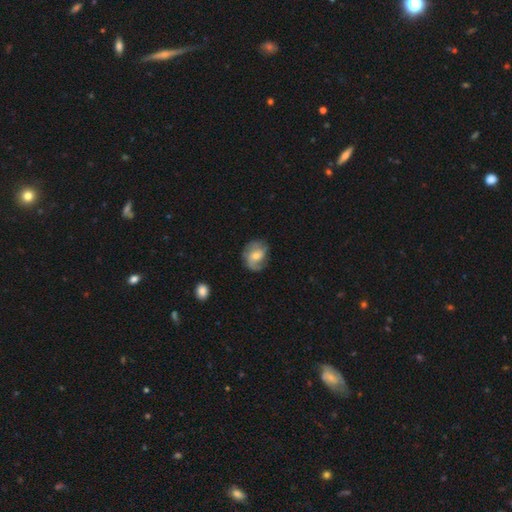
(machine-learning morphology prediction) The model was most divided on "bar": no: 52%, weak: 40%, strong: 9%. Remaining: edge-on disk — no (97%); spiral arms — yes (89%); merging — none (67%); smooth or featured — featured or disk (64%); bulge size — moderate (57%); spiral arm count — 2 (52%); spiral winding — medium (43%).